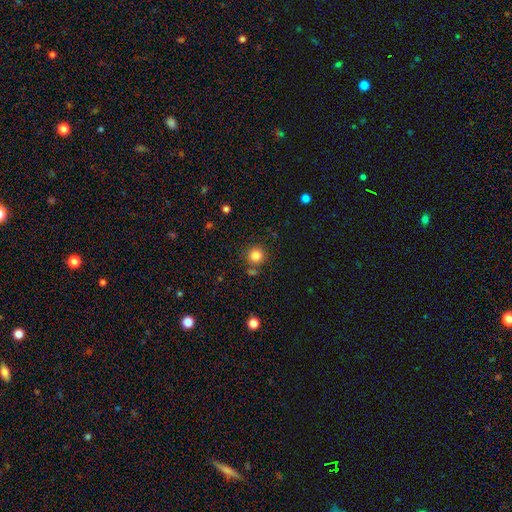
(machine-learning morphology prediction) Q: Smooth or featured?
A: smooth (83%); runner-up: star or artifact (12%)
Q: How rounded?
A: round (94%); runner-up: in between (5%)
Q: Merging?
A: none (81%); runner-up: minor disturbance (8%)